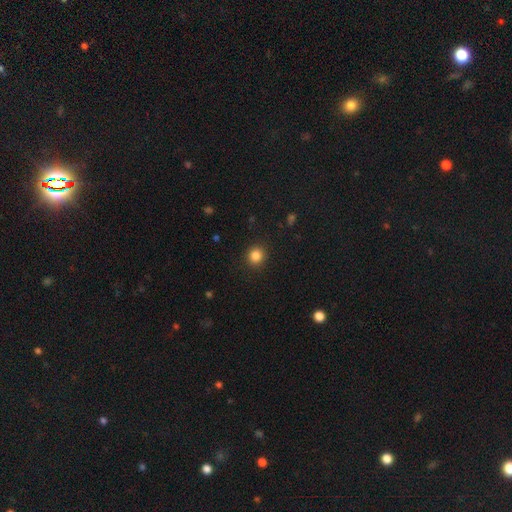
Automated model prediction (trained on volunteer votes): smooth-or-featured: smooth: 85% | star or artifact: 11% | featured or disk: 4%
  how-rounded: round: 90% | in between: 9% | cigar-shaped: 1%
  merging: none: 91% | minor disturbance: 6% | major disturbance: 2% | merger: 1%